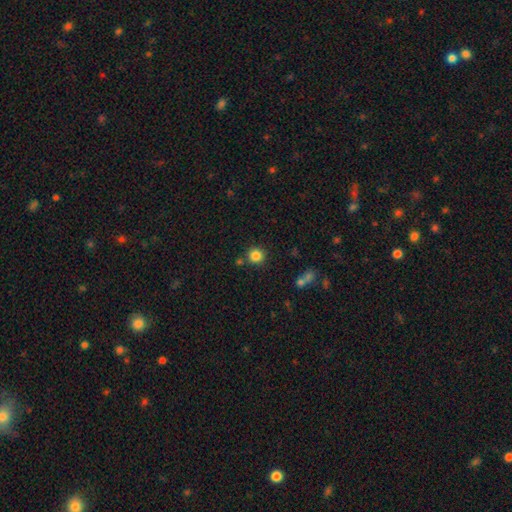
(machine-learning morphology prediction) Smooth or featured?
  - smooth: 84% *
  - star or artifact: 11%
  - featured or disk: 5%
How rounded?
  - round: 93% *
  - in between: 6%
  - cigar-shaped: 1%
Merging?
  - none: 83% *
  - minor disturbance: 8%
  - merger: 7%
  - major disturbance: 3%